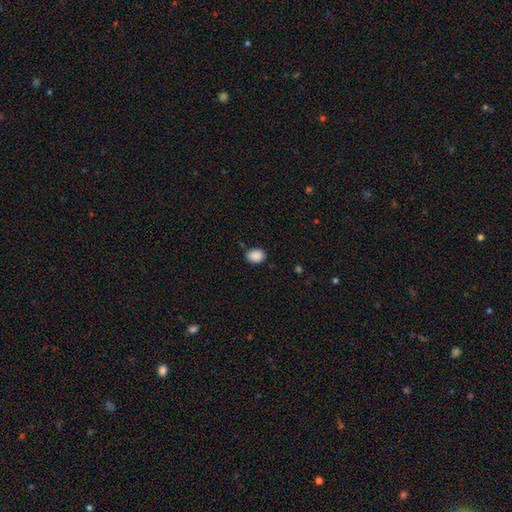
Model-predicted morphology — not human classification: This appears to be a smooth galaxy with no disk features (89%) that is in between round and cigar-shaped (57%). Merging: none (83%).